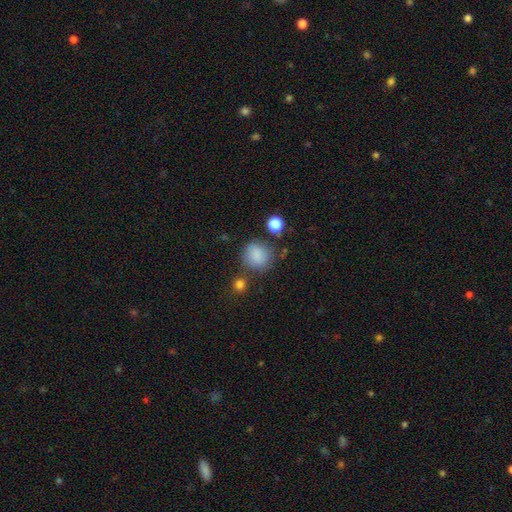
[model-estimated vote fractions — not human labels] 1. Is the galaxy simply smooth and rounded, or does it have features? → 84% smooth, 10% star or artifact, 6% featured or disk.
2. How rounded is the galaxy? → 85% round, 14% in between, 1% cigar-shaped.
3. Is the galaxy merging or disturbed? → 72% none, 16% minor disturbance, 6% merger, 6% major disturbance.